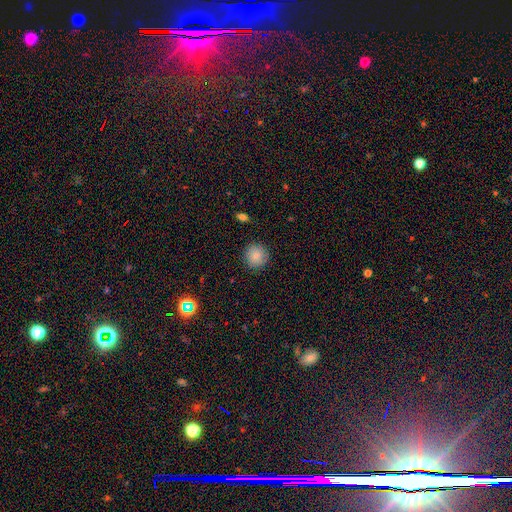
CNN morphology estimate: Smooth or featured? smooth (85%)
How rounded? round (93%)
Merging? none (89%)